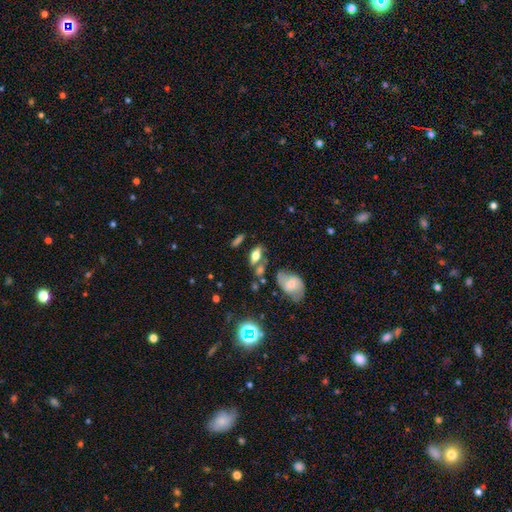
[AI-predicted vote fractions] Smooth or featured?
  - smooth: 53% *
  - featured or disk: 36%
  - star or artifact: 11%
How rounded?
  - in between: 75% *
  - cigar-shaped: 18%
  - round: 7%
Merging?
  - none: 66% *
  - minor disturbance: 16%
  - merger: 11%
  - major disturbance: 6%